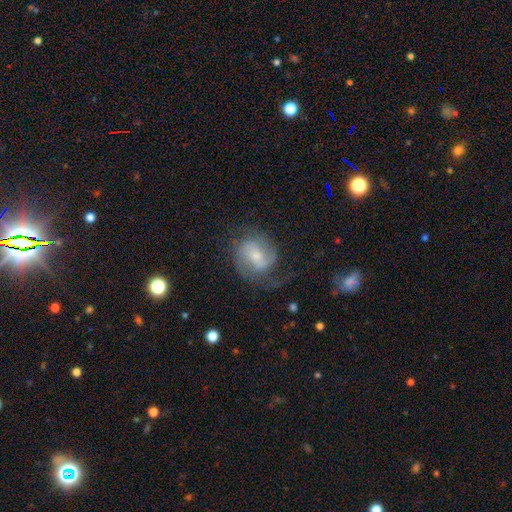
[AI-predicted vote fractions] This is likely a featured or disk galaxy (77%). It is clearly not viewed edge-on (97%). Bar: possibly weak (51%). Spiral arm pattern: clearly yes (93%). Spiral arm count: likely 2 (65%). Spiral winding: possibly medium (47%). Central bulge: possibly small (50%). Merging: possibly none (59%).